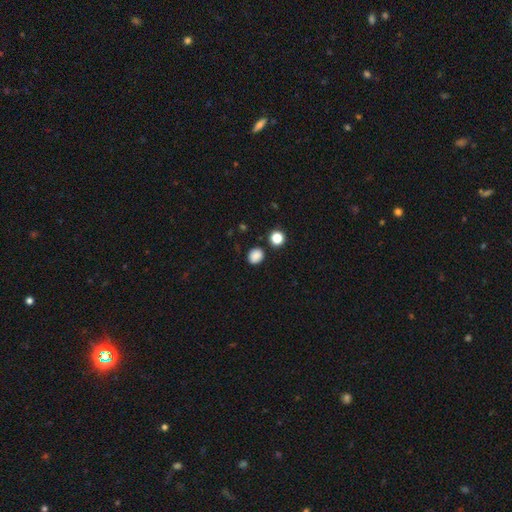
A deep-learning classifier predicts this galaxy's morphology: Q: Smooth or featured?
A: smooth (85%); runner-up: star or artifact (12%)
Q: How rounded?
A: round (70%); runner-up: in between (29%)
Q: Merging?
A: none (84%); runner-up: minor disturbance (10%)